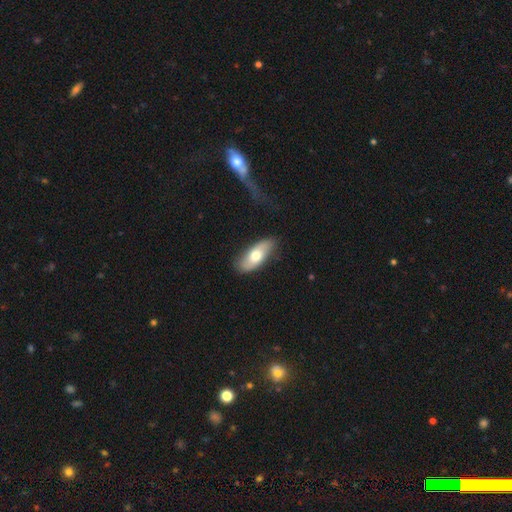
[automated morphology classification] Smooth or featured? smooth (63%)
How rounded? in between (82%)
Merging? none (79%)